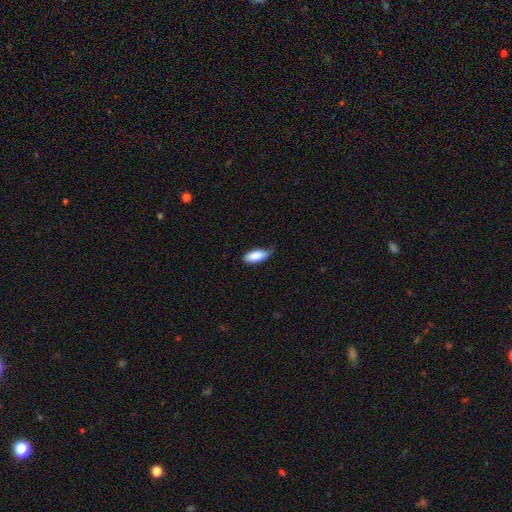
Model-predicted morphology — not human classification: A smooth galaxy with no disk features (87%) that is in between round and cigar-shaped (84%).

Vote fractions:
- Smooth or featured? smooth: 87% / featured or disk: 7% / star or artifact: 6%
- How rounded? in between: 84% / cigar-shaped: 14% / round: 2%
- Merging? none: 54% / minor disturbance: 37% / major disturbance: 7% / merger: 2%